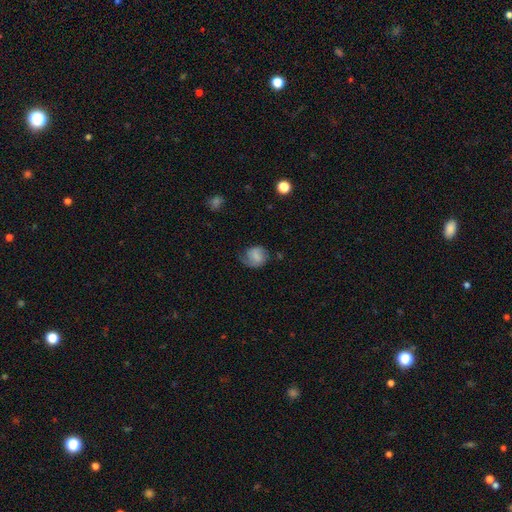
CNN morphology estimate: smooth 51%, featured or disk 40%, star or artifact 9%. Down the decision tree: how rounded — round (63%); merging — none (52%).